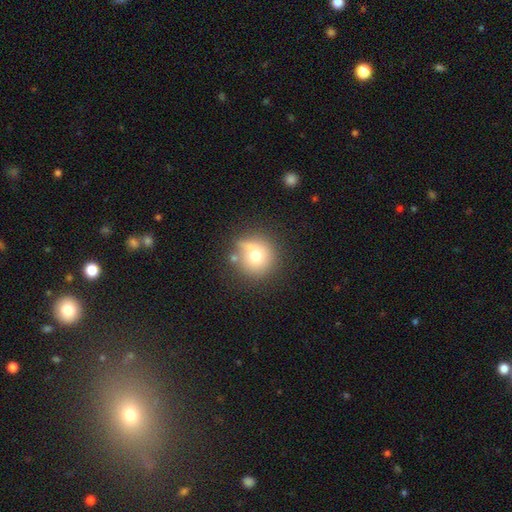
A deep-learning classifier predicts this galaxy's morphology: This is likely a smooth galaxy (70%). How rounded: clearly round (92%). Merging: likely none (62%).